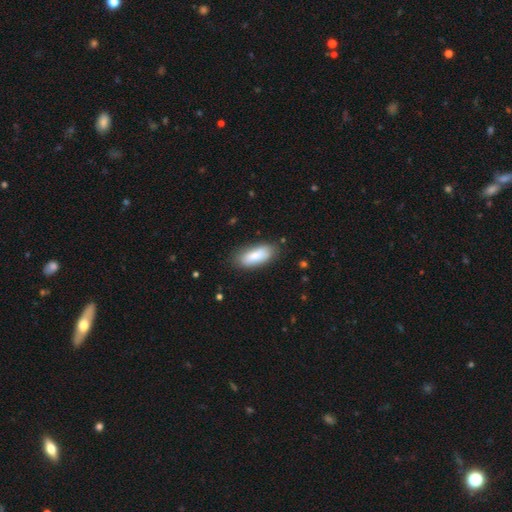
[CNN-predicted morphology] Smooth or featured? Predicted: smooth (p=0.80). How rounded? Predicted: in between (p=0.81). Merging? Predicted: none (p=0.78).